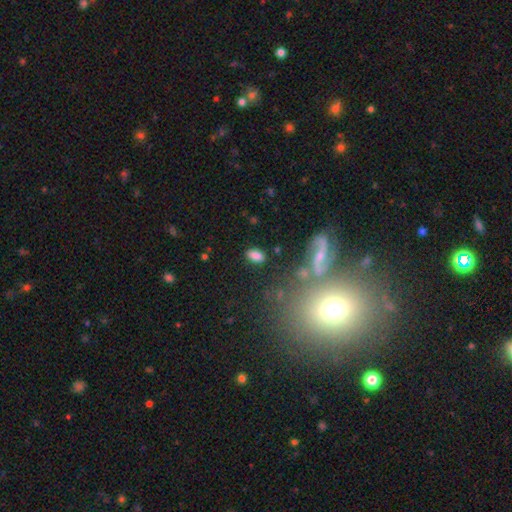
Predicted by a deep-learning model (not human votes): A smooth galaxy with no disk features (77%) that is in between round and cigar-shaped (89%).

Vote fractions:
- Smooth or featured? smooth: 77% / featured or disk: 14% / star or artifact: 9%
- How rounded? in between: 89% / round: 7% / cigar-shaped: 4%
- Merging? none: 78% / minor disturbance: 13% / major disturbance: 5% / merger: 4%